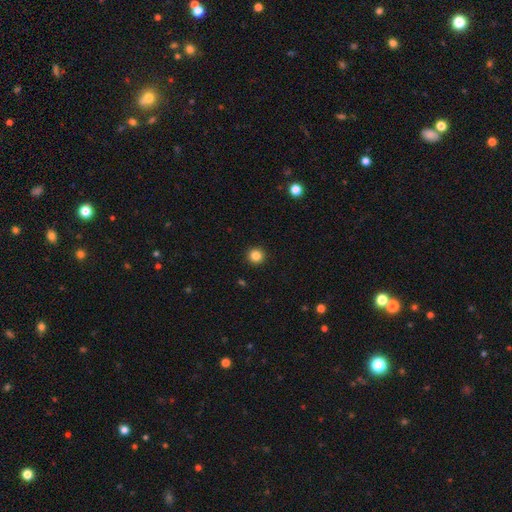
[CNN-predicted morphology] smooth-or-featured: smooth: 85% | star or artifact: 11% | featured or disk: 4%
  how-rounded: round: 96% | in between: 3% | cigar-shaped: 1%
  merging: none: 93% | minor disturbance: 4% | major disturbance: 1% | merger: 1%